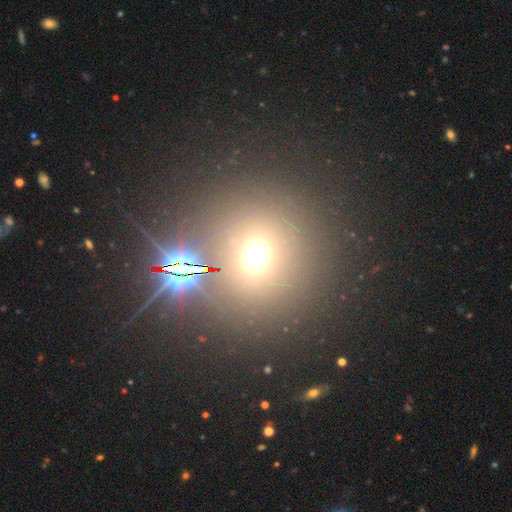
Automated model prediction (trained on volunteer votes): smooth_or_featured: smooth (p=0.47) [alt: star or artifact p=0.42]
merging: none (p=0.81) [alt: minor disturbance p=0.08]